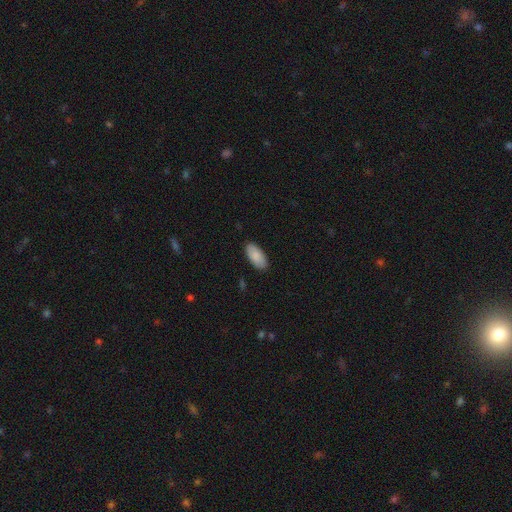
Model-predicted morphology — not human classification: smooth_or_featured: smooth (p=0.88) [alt: featured or disk p=0.06]
how_rounded: in between (p=0.93) [alt: cigar-shaped p=0.05]
merging: none (p=0.88) [alt: minor disturbance p=0.09]